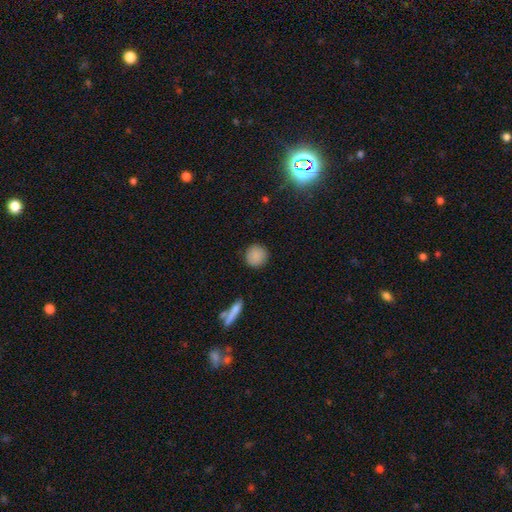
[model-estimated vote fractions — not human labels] A smooth galaxy with no disk features (87%) that is round (92%).

Vote fractions:
- Smooth or featured? smooth: 87% / star or artifact: 9% / featured or disk: 5%
- How rounded? round: 92% / in between: 7% / cigar-shaped: 1%
- Merging? none: 89% / minor disturbance: 8% / major disturbance: 2% / merger: 1%